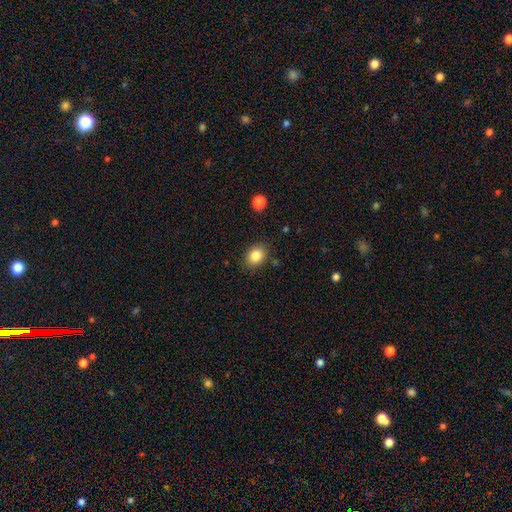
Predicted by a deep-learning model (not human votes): Smooth or featured? smooth (85%)
How rounded? in between (61%)
Merging? none (84%)